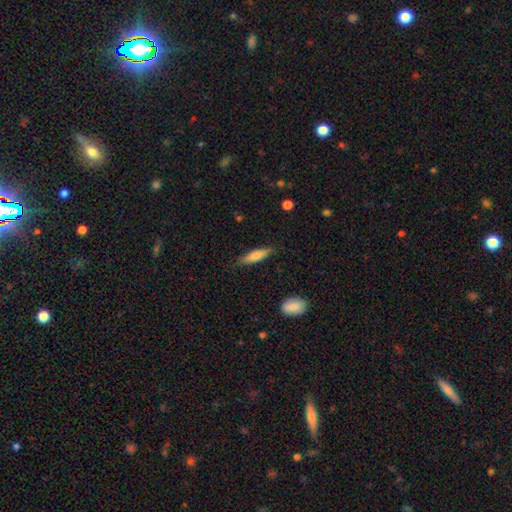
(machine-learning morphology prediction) smooth_or_featured: smooth (p=0.75) [alt: featured or disk p=0.20]
how_rounded: cigar-shaped (p=0.69) [alt: in between p=0.29]
merging: none (p=0.84) [alt: minor disturbance p=0.12]